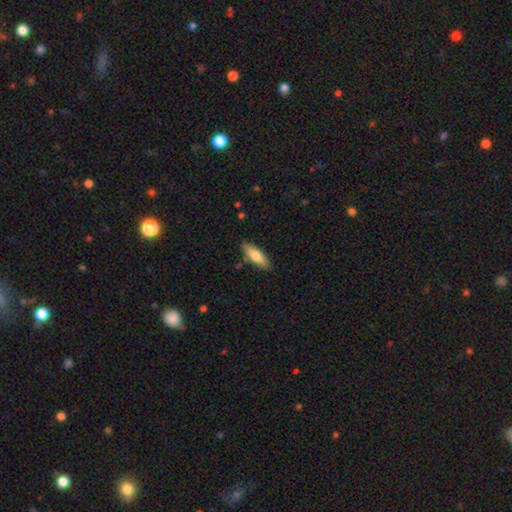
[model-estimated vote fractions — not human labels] smooth 71%, featured or disk 23%, star or artifact 6%. Down the decision tree: how rounded — in between (54%); merging — none (83%).